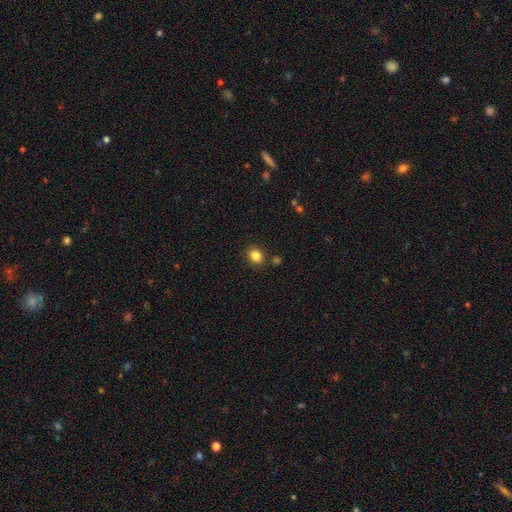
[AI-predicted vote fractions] Smooth or featured? Predicted: smooth (p=0.85). How rounded? Predicted: round (p=0.65). Merging? Predicted: none (p=0.84).